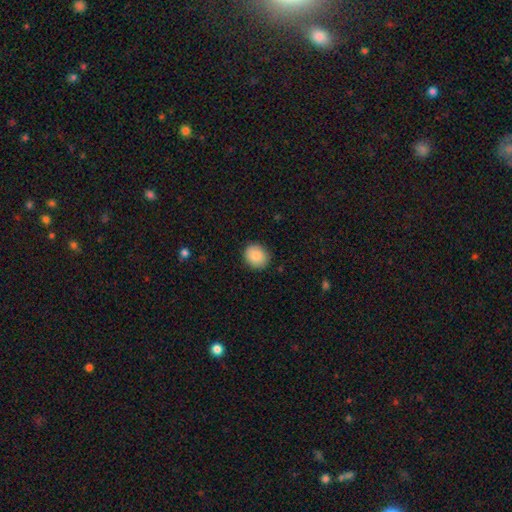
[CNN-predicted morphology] Smooth or featured?
  - smooth: 88% *
  - star or artifact: 8%
  - featured or disk: 5%
How rounded?
  - round: 70% *
  - in between: 29%
  - cigar-shaped: 1%
Merging?
  - none: 88% *
  - minor disturbance: 9%
  - major disturbance: 2%
  - merger: 1%